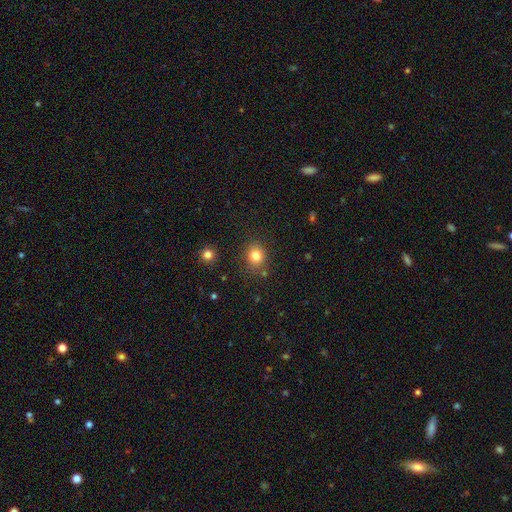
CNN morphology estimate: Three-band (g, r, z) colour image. It shows a smooth galaxy with no disk features (81%) that is round (76%). Merging: none (83%).